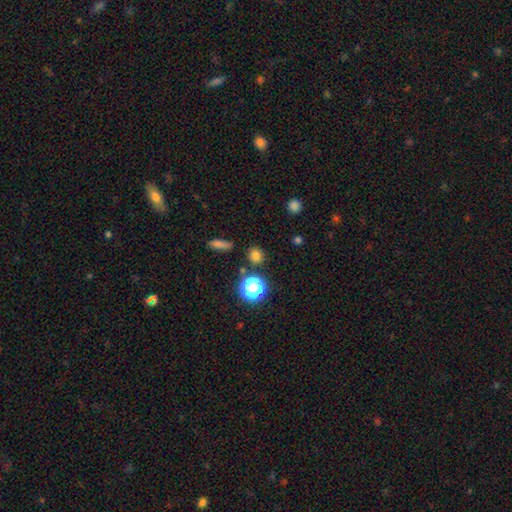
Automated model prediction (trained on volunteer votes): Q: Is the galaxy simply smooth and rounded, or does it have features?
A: smooth — 76%.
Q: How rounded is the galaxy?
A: round — 87%.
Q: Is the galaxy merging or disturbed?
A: none — 85%.